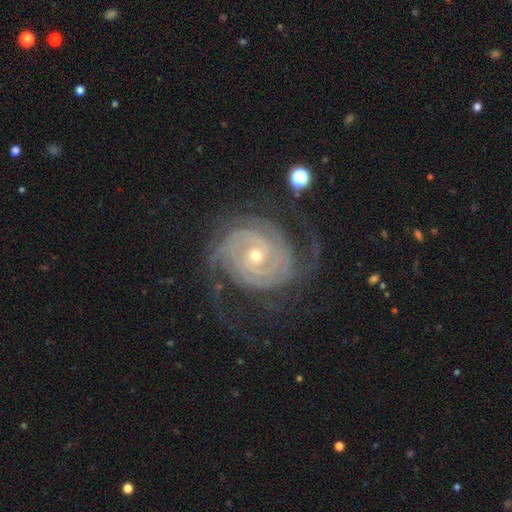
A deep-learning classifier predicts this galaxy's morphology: smooth_or_featured: featured or disk (p=0.92) [alt: star or artifact p=0.05]
disk_edge_on: no (p=0.97) [alt: yes p=0.03]
bar: no (p=0.65) [alt: weak p=0.24]
has_spiral_arms: yes (p=0.98) [alt: no p=0.02]
spiral_winding: tight (p=0.80) [alt: medium p=0.16]
spiral_arm_count: 2 (p=0.32) [alt: 3 p=0.20]
bulge_size: small (p=0.60) [alt: moderate p=0.37]
merging: none (p=0.67) [alt: minor disturbance p=0.17]